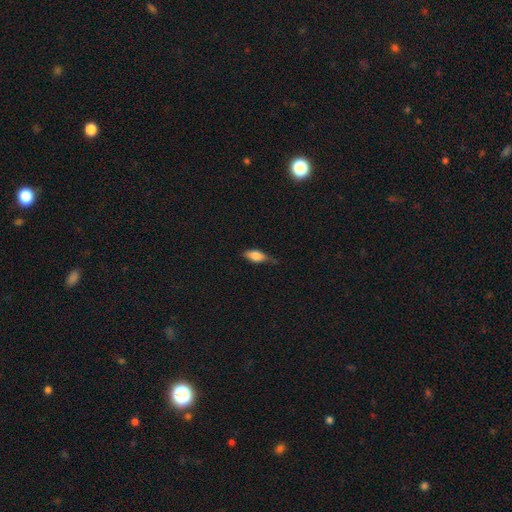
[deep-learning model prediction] Smooth or featured? Predicted: smooth (p=0.77). How rounded? Predicted: in between (p=0.83). Merging? Predicted: none (p=0.53).